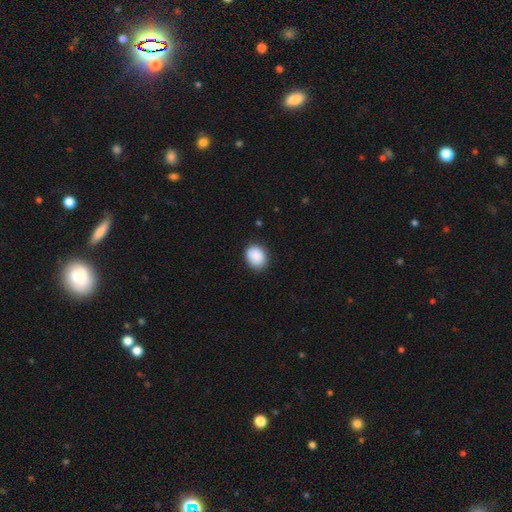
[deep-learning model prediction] Smooth or featured? smooth (88%)
How rounded? round (54%)
Merging? none (83%)